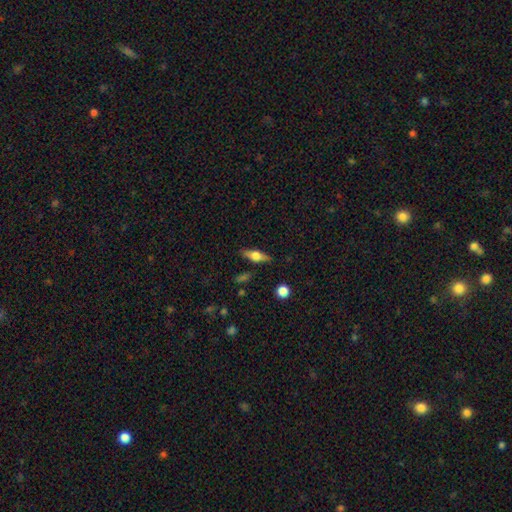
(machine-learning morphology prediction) featured or disk 49%, smooth 44%, star or artifact 7%. Down the decision tree: merging — none (85%).